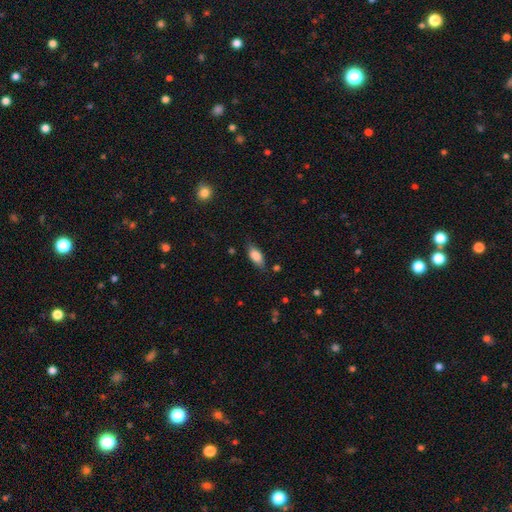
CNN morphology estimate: smooth-or-featured: smooth: 81% | featured or disk: 12% | star or artifact: 7%
  how-rounded: in between: 83% | cigar-shaped: 14% | round: 3%
  merging: none: 78% | minor disturbance: 17% | major disturbance: 4% | merger: 2%